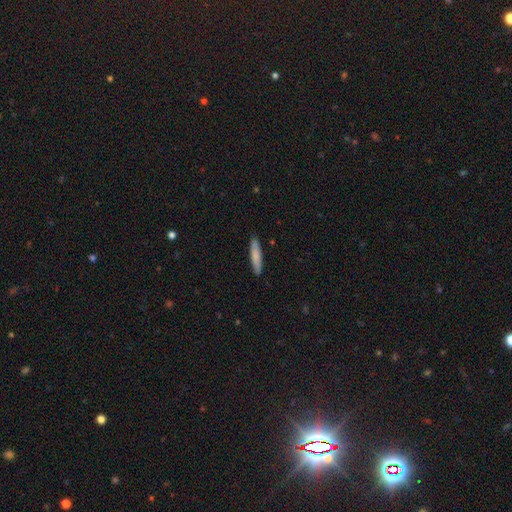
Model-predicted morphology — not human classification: Smooth or featured? Predicted: smooth (p=0.78). How rounded? Predicted: cigar-shaped (p=0.90). Merging? Predicted: none (p=0.89).